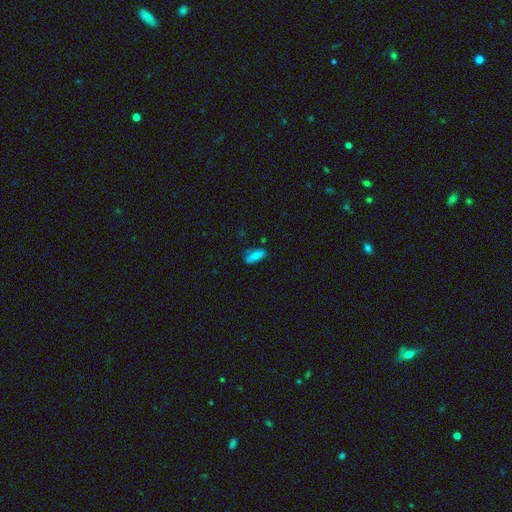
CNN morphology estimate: A smooth galaxy with no disk features (76%) that is in between round and cigar-shaped (80%).

Vote fractions:
- Smooth or featured? smooth: 76% / featured or disk: 14% / star or artifact: 10%
- How rounded? in between: 80% / cigar-shaped: 17% / round: 3%
- Merging? none: 57% / minor disturbance: 29% / major disturbance: 9% / merger: 5%